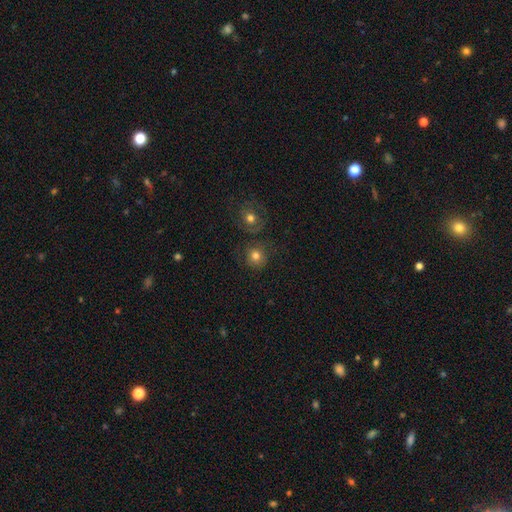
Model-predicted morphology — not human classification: This is likely a smooth galaxy (76%). How rounded: clearly round (90%). Merging: likely none (72%).